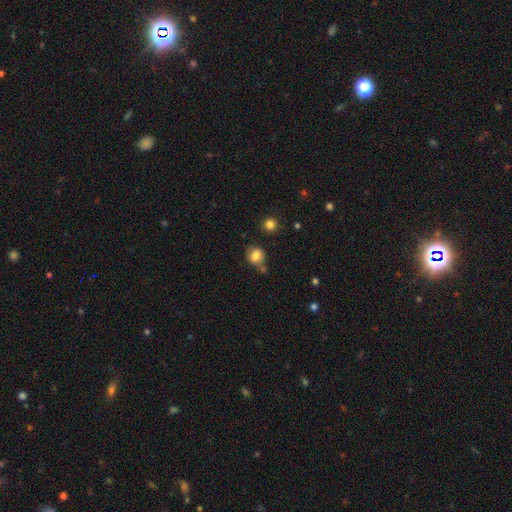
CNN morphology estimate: smooth_or_featured: smooth (p=0.80) [alt: star or artifact p=0.11]
how_rounded: round (p=0.67) [alt: in between p=0.32]
merging: none (p=0.61) [alt: minor disturbance p=0.19]